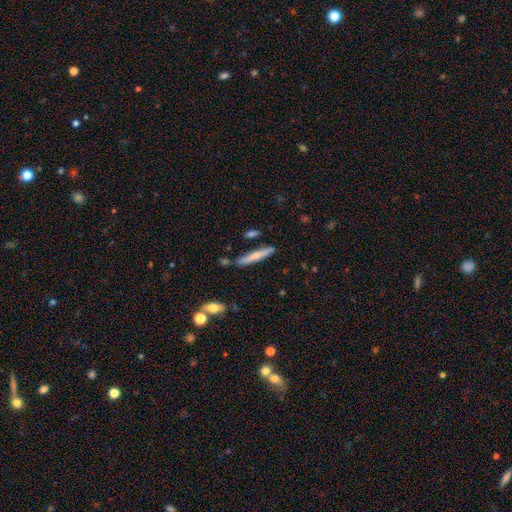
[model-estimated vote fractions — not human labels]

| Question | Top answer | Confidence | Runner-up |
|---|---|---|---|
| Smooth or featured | smooth | 66% | featured or disk (28%) |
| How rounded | cigar-shaped | 91% | in between (7%) |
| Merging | none | 82% | minor disturbance (11%) |